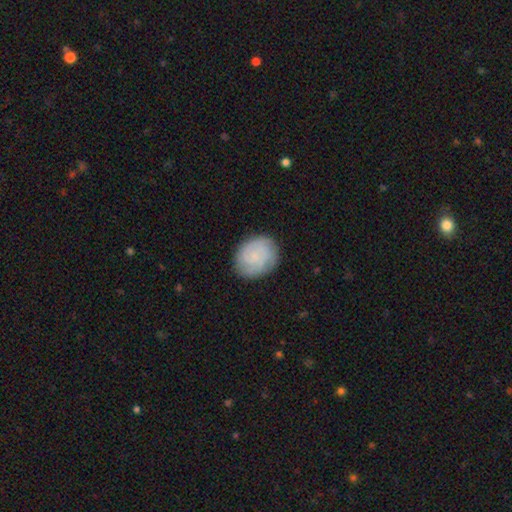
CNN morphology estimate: Smooth or featured? Predicted: featured or disk (p=0.49). Merging? Predicted: none (p=0.82).